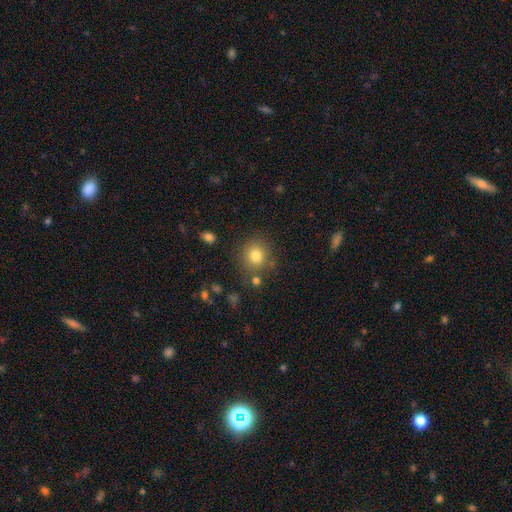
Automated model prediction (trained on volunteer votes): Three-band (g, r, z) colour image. It shows a smooth galaxy with no disk features (80%) that is round (87%). Merging: none (81%).